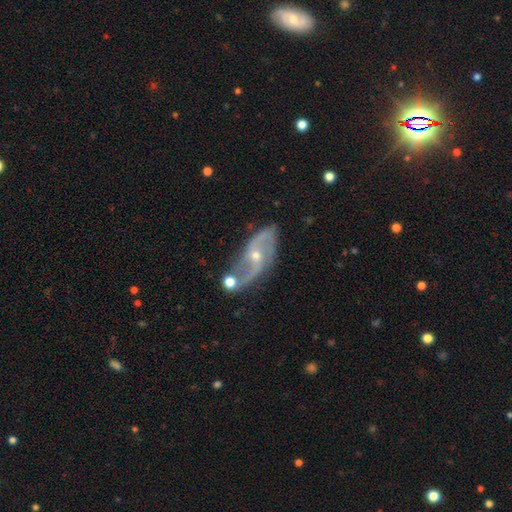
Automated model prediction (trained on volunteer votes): smooth-or-featured: featured or disk: 86% | smooth: 8% | star or artifact: 6%
  disk-edge-on: no: 94% | yes: 6%
    bar: no: 55% | weak: 33% | strong: 12%
    has-spiral-arms: yes: 94% | no: 6%
      spiral-winding: loose: 51% | medium: 36% | tight: 13%
      spiral-arm-count: 2: 87% | can't tell: 5% | 1: 2% | 3: 2% | 4: 1% | more than 4: 1%
    bulge-size: small: 58% | moderate: 39% | large: 1% | none: 1% | dominant: 1%
  merging: none: 60% | minor disturbance: 20% | merger: 12% | major disturbance: 8%